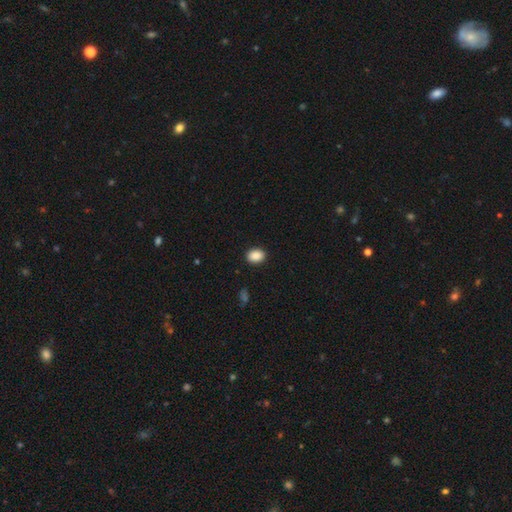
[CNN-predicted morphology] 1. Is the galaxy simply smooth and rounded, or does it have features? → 88% smooth, 8% star or artifact, 3% featured or disk.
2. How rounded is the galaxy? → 59% in between, 40% round, 1% cigar-shaped.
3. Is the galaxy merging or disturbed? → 90% none, 7% minor disturbance, 2% major disturbance, 1% merger.